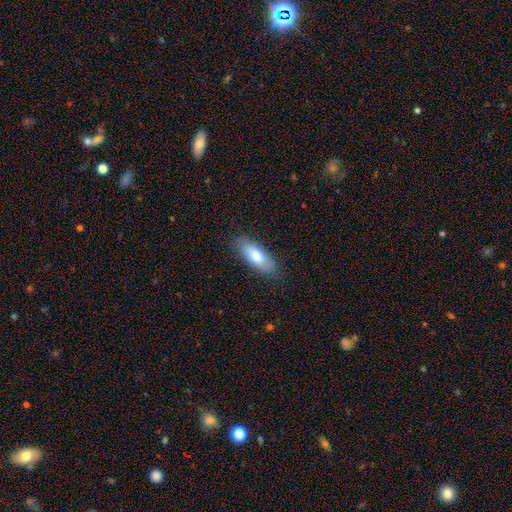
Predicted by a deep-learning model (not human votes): A smooth galaxy with no disk features (78%) that is in between round and cigar-shaped (70%). Merging: none (83%).